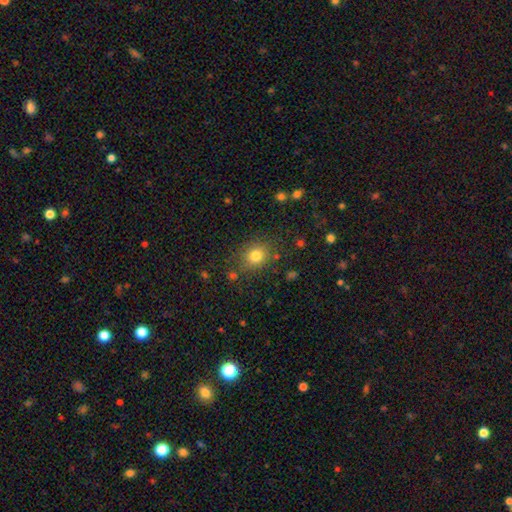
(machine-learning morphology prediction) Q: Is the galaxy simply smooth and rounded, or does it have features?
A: smooth — 80%.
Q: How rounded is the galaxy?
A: round — 66%.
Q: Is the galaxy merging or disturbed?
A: none — 80%.